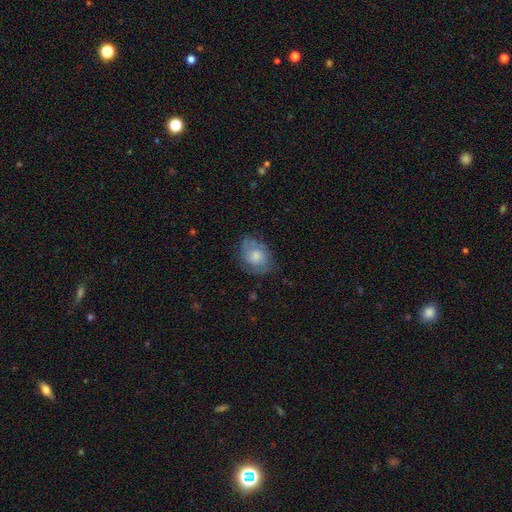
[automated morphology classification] Smooth or featured: smooth — 56% (featured or disk — 36%)
How rounded: in between — 59% (round — 40%)
Merging: none — 65% (minor disturbance — 24%)